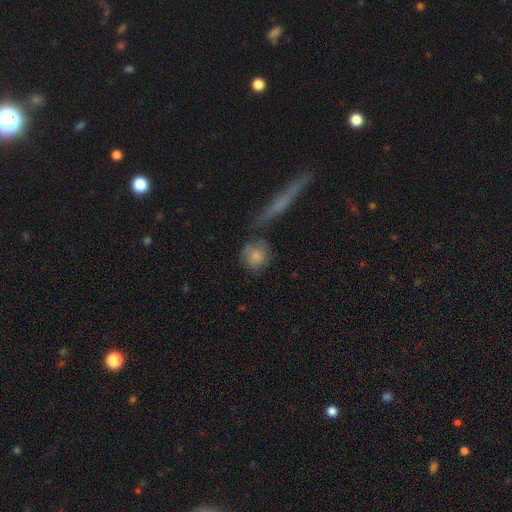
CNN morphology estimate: This appears to be a smooth galaxy with no disk features (68%) that is round (80%). Merging: none (54%).